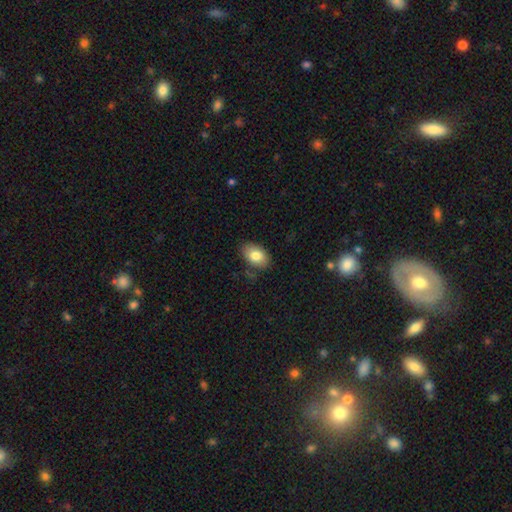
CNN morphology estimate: Smooth or featured: smooth — 81% (featured or disk — 12%)
How rounded: in between — 89% (round — 10%)
Merging: none — 80% (minor disturbance — 15%)